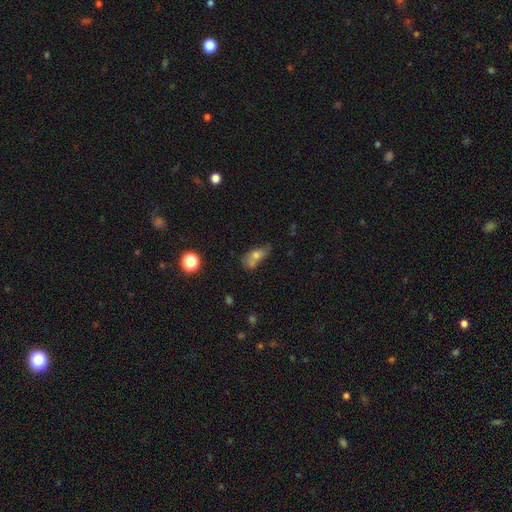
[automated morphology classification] The model was most divided on "merging": none: 39%, merger: 31%, minor disturbance: 20%, major disturbance: 10%. More confident: how rounded — in between (69%); smooth or featured — smooth (60%).